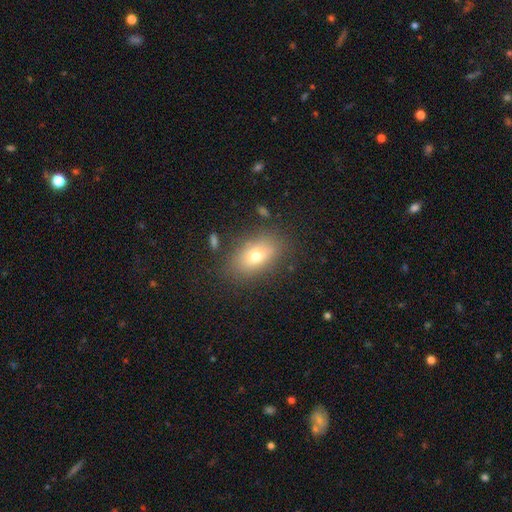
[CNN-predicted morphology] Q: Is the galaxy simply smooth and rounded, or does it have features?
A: smooth — 72%.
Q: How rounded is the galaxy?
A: in between — 83%.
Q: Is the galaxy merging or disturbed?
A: none — 80%.